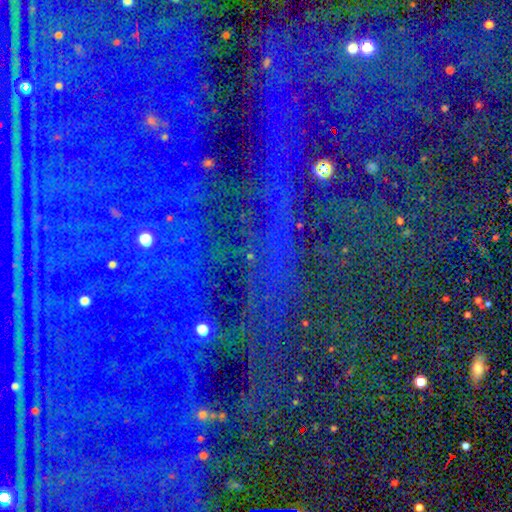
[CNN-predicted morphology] A star or artifact, not a galaxy (84%).

Vote fractions:
- Smooth or featured? star or artifact: 84% / smooth: 9% / featured or disk: 7%